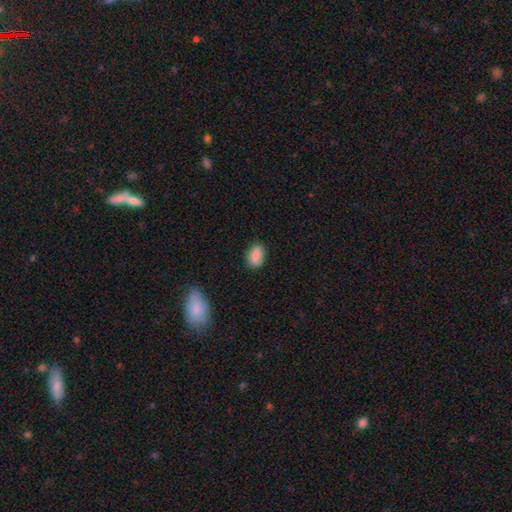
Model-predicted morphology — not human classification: Smooth or featured? Predicted: smooth (p=0.84). How rounded? Predicted: in between (p=0.89). Merging? Predicted: none (p=0.79).